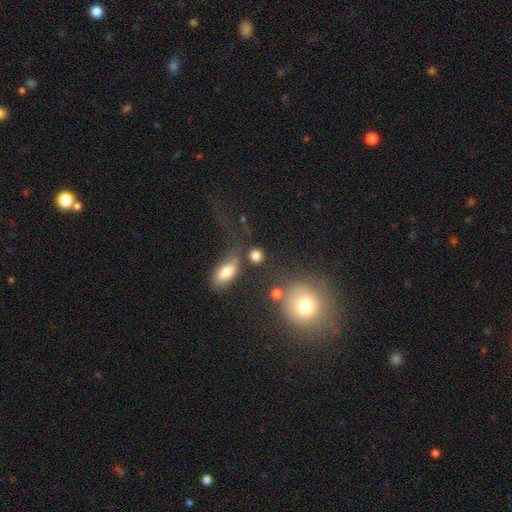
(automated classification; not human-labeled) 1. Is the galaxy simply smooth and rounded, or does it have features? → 81% smooth, 11% star or artifact, 8% featured or disk.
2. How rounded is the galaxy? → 68% round, 28% in between, 3% cigar-shaped.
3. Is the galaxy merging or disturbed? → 64% none, 13% minor disturbance, 13% merger, 10% major disturbance.